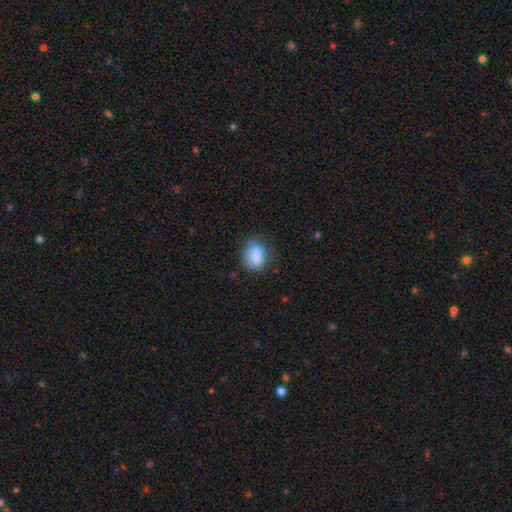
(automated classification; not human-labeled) smooth_or_featured: smooth (p=0.81) [alt: featured or disk p=0.10]
how_rounded: in between (p=0.61) [alt: round p=0.37]
merging: none (p=0.60) [alt: minor disturbance p=0.27]